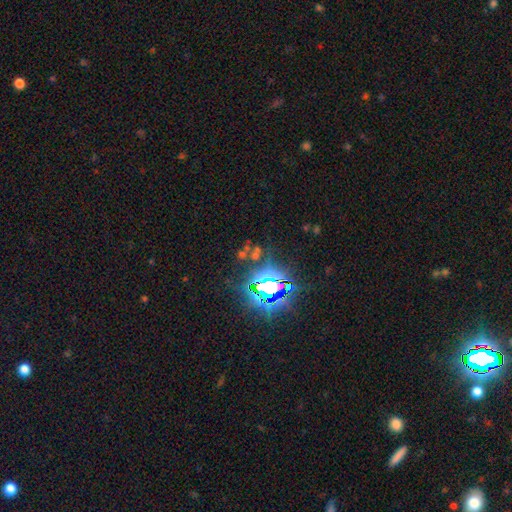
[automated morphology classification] Smooth or featured?
  - star or artifact: 79% *
  - smooth: 12%
  - featured or disk: 9%